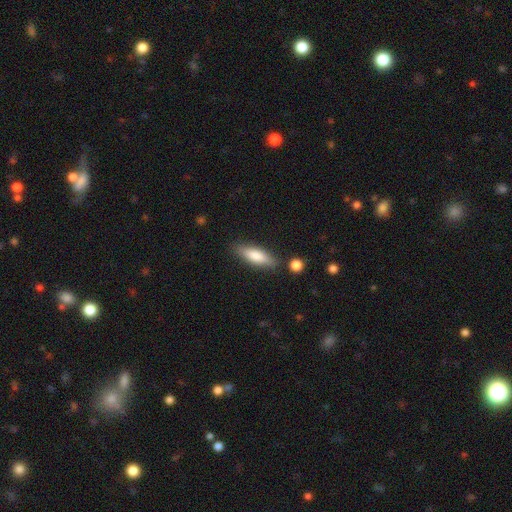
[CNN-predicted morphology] This appears to be a smooth galaxy with no disk features (76%) that is cigar-shaped (53%). Merging: none (81%).